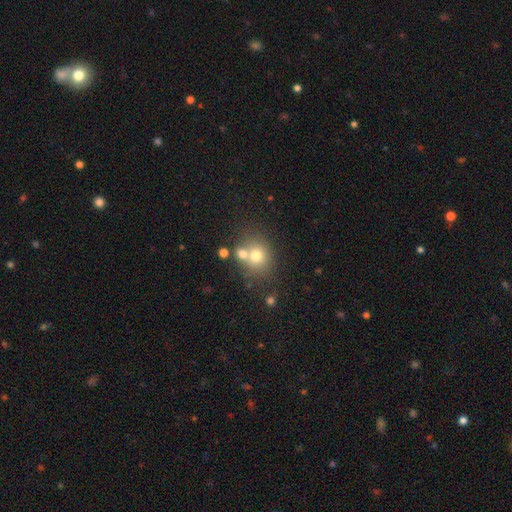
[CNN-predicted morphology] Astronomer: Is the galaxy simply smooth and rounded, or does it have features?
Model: smooth — 70%.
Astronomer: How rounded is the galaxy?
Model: round — 75%.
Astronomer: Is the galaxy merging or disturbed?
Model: none — 52% (runner-up: merger, 33%).